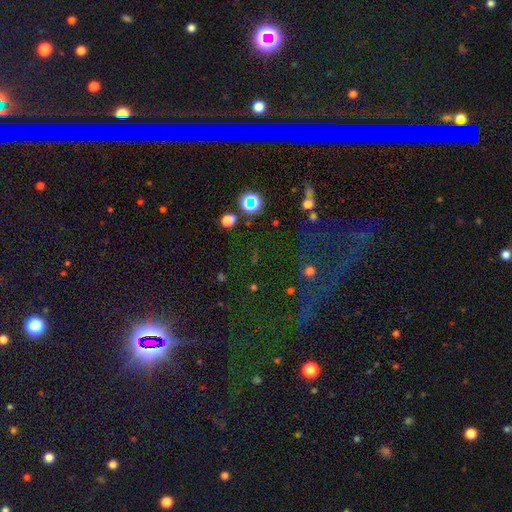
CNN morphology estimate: Smooth or featured: star or artifact — 80% (smooth — 11%)